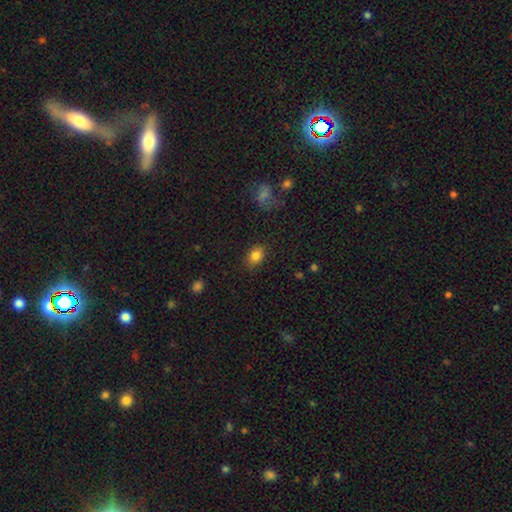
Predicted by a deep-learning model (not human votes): Overall: smooth (83%). How rounded: in between (73%). Merging: none (85%).